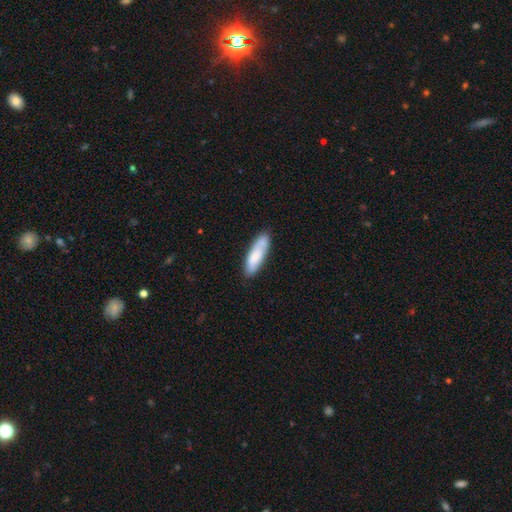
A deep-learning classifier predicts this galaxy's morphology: This is likely a smooth galaxy (76%). How rounded: possibly cigar-shaped (53%). Merging: likely none (76%).